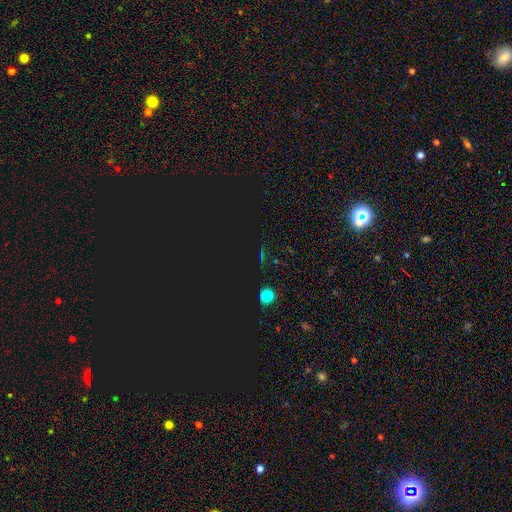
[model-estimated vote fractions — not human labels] This is likely a star or artifact rather than a galaxy (77%).